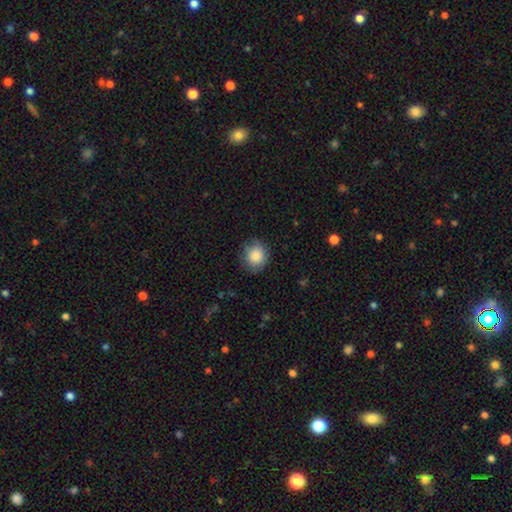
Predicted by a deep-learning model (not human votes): Morphology: type=smooth (87%); roundness=round (82%); merging=none (83%).